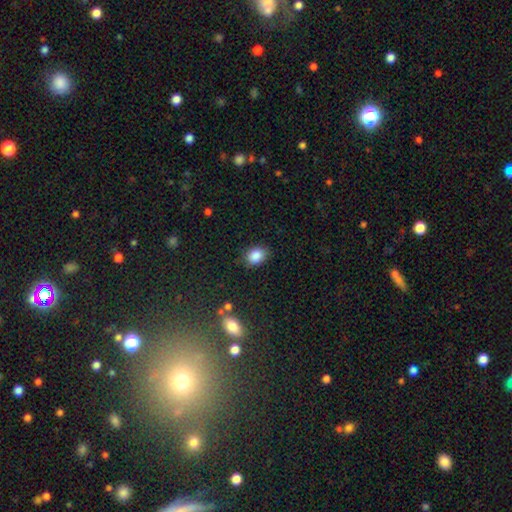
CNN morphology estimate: Smooth or featured? smooth (86%)
How rounded? in between (69%)
Merging? none (80%)